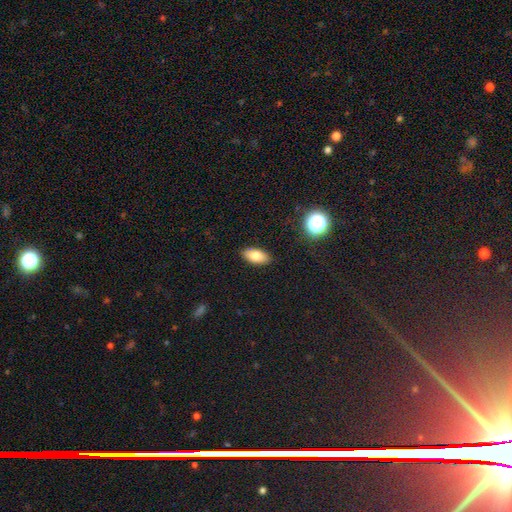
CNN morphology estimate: Smooth or featured: smooth — 81% (featured or disk — 10%)
How rounded: in between — 89% (cigar-shaped — 6%)
Merging: none — 88% (minor disturbance — 9%)